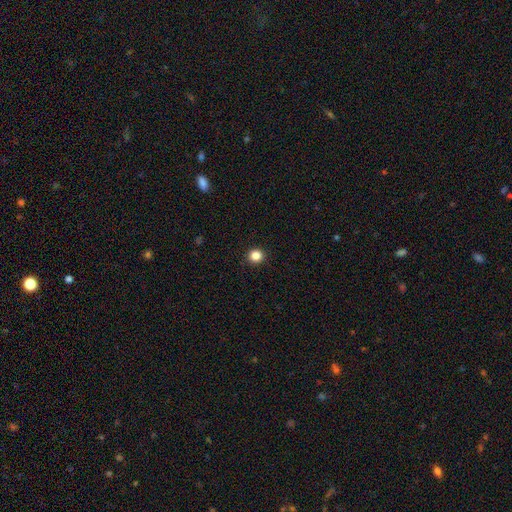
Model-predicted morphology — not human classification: Smooth or featured?
  - smooth: 85% *
  - star or artifact: 12%
  - featured or disk: 3%
How rounded?
  - round: 92% *
  - in between: 7%
  - cigar-shaped: 1%
Merging?
  - none: 93% *
  - minor disturbance: 4%
  - major disturbance: 1%
  - merger: 1%